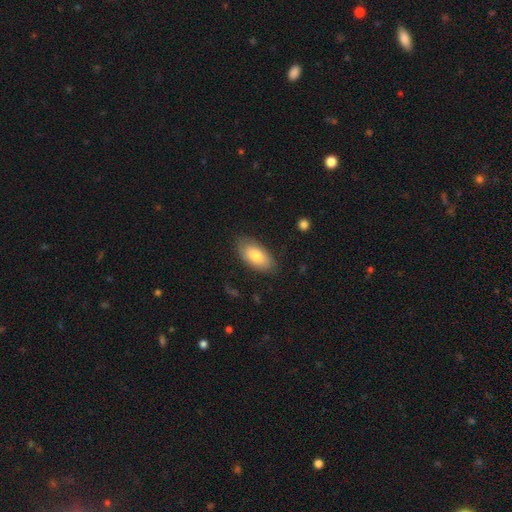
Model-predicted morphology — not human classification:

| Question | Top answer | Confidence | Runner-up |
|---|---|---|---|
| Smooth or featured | smooth | 77% | featured or disk (17%) |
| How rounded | in between | 94% | round (3%) |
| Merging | none | 81% | minor disturbance (14%) |